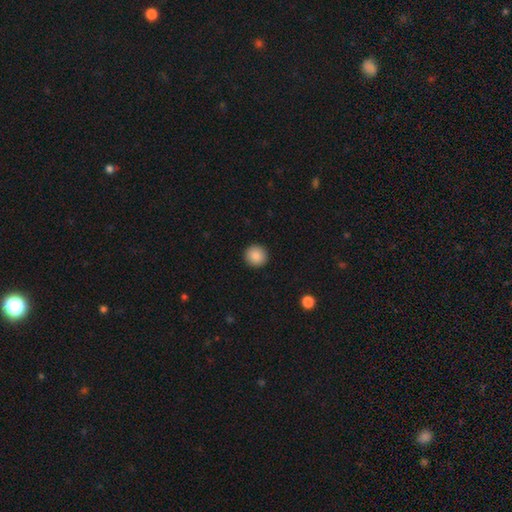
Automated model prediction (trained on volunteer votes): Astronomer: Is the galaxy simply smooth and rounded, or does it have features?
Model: smooth — 88%.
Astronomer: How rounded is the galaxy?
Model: round — 95%.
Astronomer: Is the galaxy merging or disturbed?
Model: none — 93%.